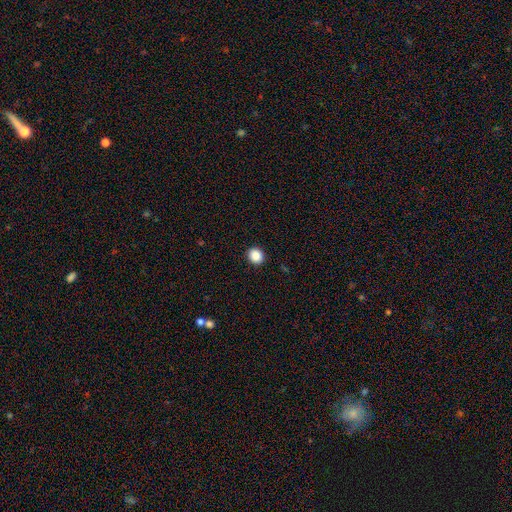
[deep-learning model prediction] The model was most divided on "how rounded": round: 77%, in between: 22%, cigar-shaped: 1%. More confident: merging — none (92%); smooth or featured — smooth (88%).